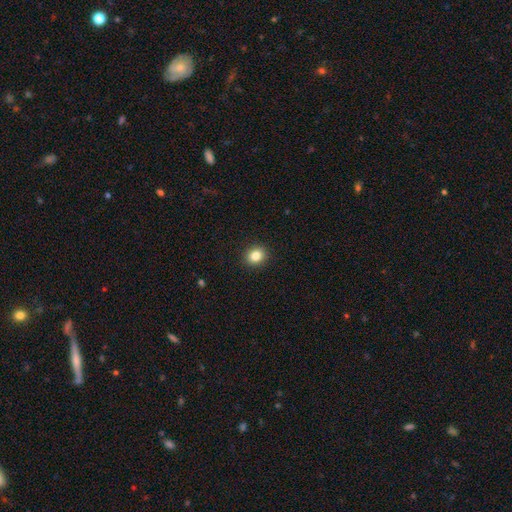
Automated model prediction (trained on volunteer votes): The model was most divided on "how rounded": round: 72%, in between: 27%, cigar-shaped: 1%. More confident: merging — none (92%); smooth or featured — smooth (84%).